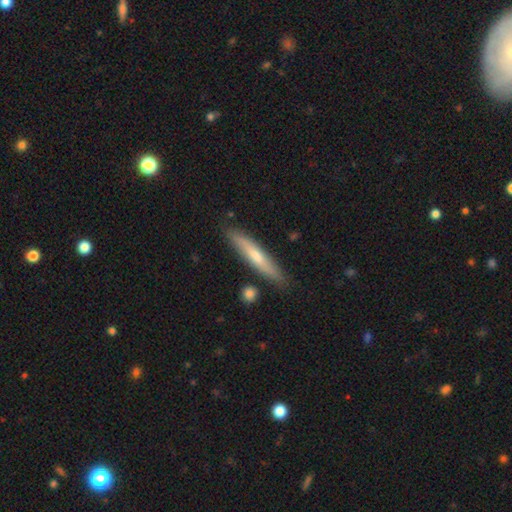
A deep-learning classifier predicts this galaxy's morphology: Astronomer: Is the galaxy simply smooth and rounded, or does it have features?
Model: smooth — 54% (runner-up: featured or disk, 40%).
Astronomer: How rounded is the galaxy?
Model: cigar-shaped — 90%.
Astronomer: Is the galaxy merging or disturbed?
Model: none — 85%.